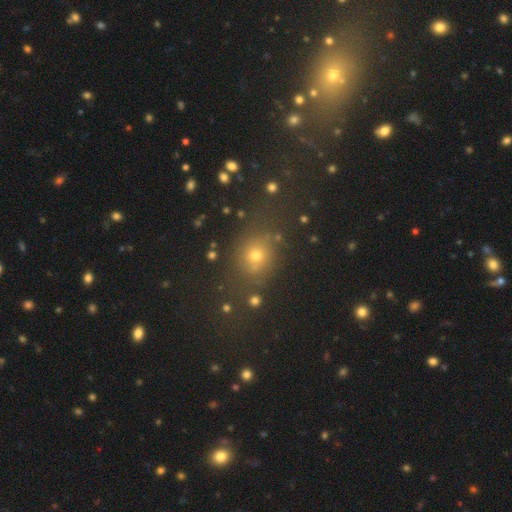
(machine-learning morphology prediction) A smooth galaxy with no disk features (62%) that is round (67%).

Vote fractions:
- Smooth or featured? smooth: 62% / star or artifact: 28% / featured or disk: 10%
- How rounded? round: 67% / in between: 31% / cigar-shaped: 2%
- Merging? none: 73% / minor disturbance: 14% / major disturbance: 7% / merger: 6%